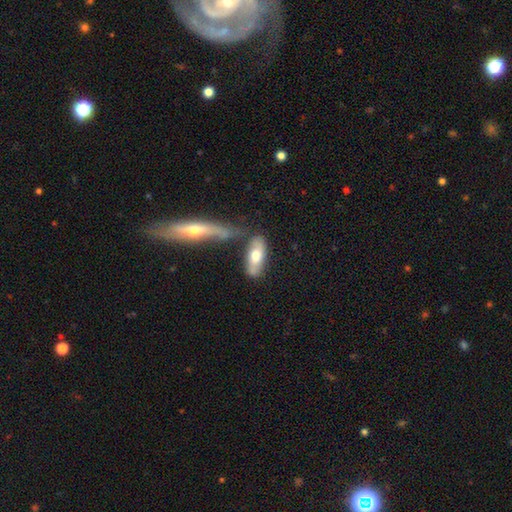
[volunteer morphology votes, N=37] Q: Smooth or featured?
A: smooth (59%); runner-up: featured or disk (35%)
Q: How rounded?
A: in between (73%); runner-up: cigar-shaped (27%)
Q: Merging?
A: none (71%); runner-up: minor disturbance (11%)